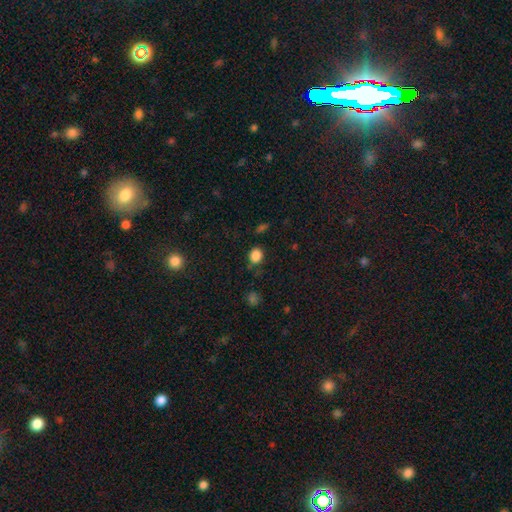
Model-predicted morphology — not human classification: Q: Smooth or featured?
A: smooth (84%); runner-up: star or artifact (12%)
Q: How rounded?
A: round (60%); runner-up: in between (39%)
Q: Merging?
A: none (78%); runner-up: minor disturbance (14%)